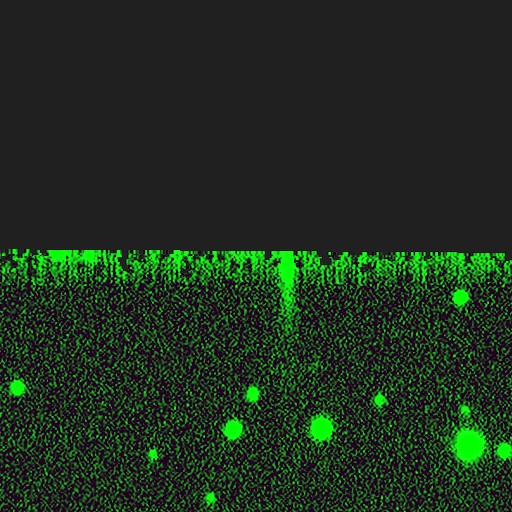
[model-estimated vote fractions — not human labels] Smooth or featured? star or artifact (84%)